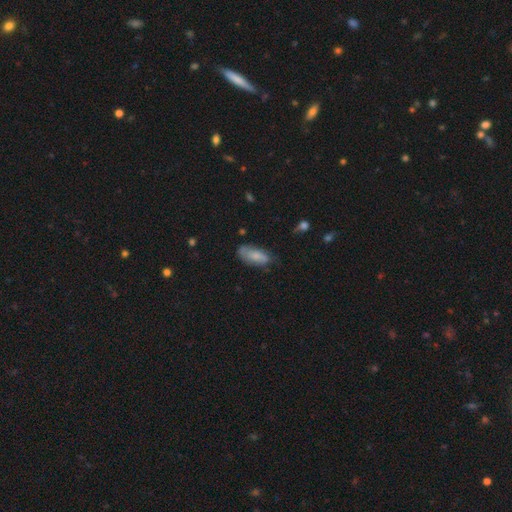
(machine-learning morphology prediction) Overall: smooth (67%). How rounded: in between (82%). Merging: none (60%; minor disturbance 29%).